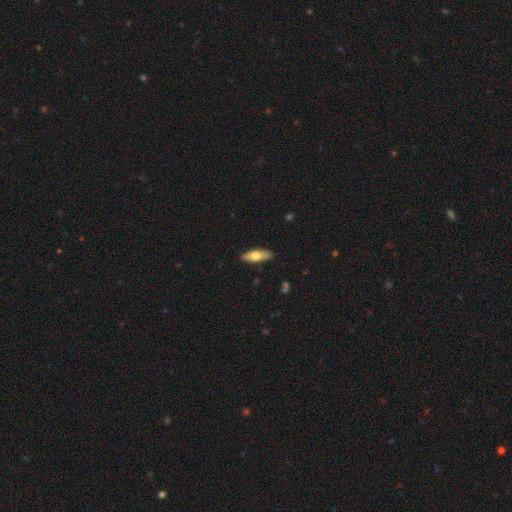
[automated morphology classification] Overall: smooth (61%; featured or disk 33%). How rounded: in between (56%; cigar-shaped 42%). Merging: none (89%).